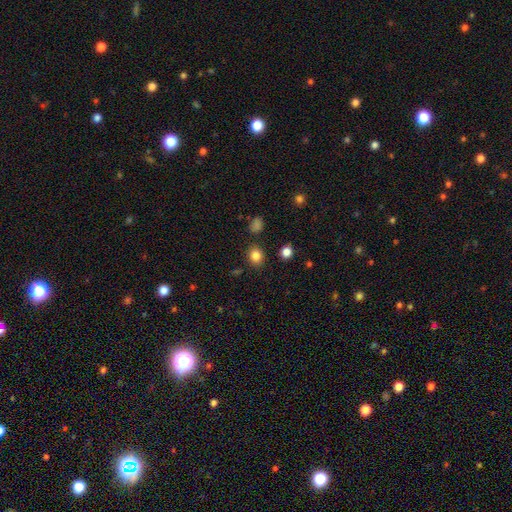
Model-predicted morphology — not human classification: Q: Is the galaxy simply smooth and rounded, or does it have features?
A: smooth — 84%.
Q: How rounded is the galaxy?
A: round — 68%.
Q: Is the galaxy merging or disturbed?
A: none — 86%.